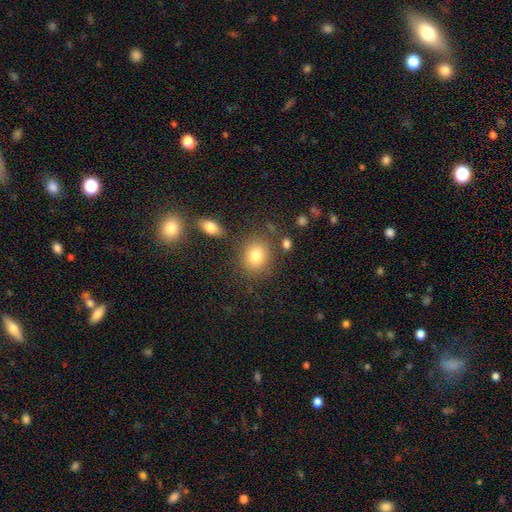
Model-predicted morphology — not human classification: smooth_or_featured: smooth (p=0.80) [alt: star or artifact p=0.11]
how_rounded: round (p=0.64) [alt: in between p=0.35]
merging: none (p=0.79) [alt: minor disturbance p=0.11]